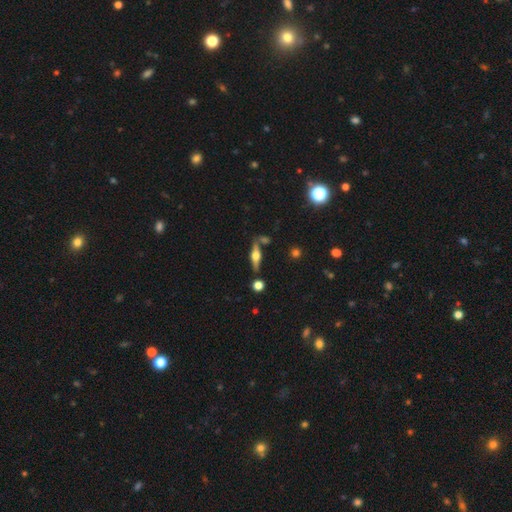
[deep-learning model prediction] Smooth or featured? featured or disk (67%)
Edge-on disk? yes (95%)
Edge-on bulge? rounded (93%)
Merging? none (76%)